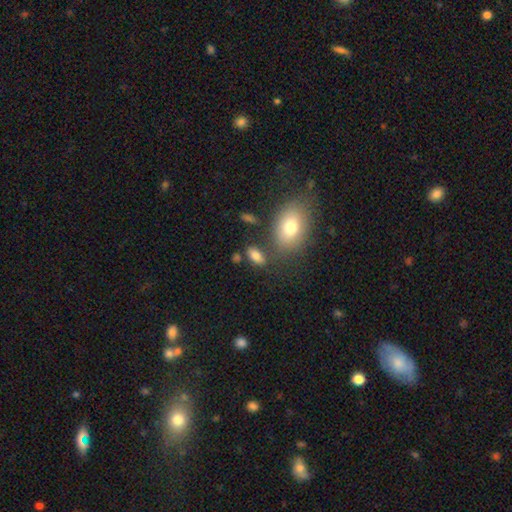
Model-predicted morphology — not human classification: Smooth or featured? smooth (80%)
How rounded? in between (85%)
Merging? none (71%)